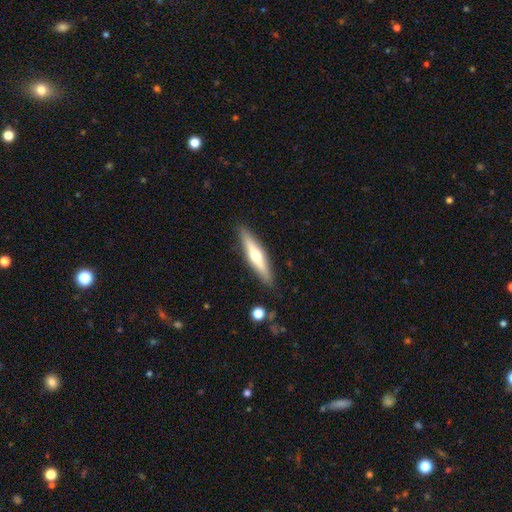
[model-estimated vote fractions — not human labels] featured or disk 51%, smooth 44%, star or artifact 6%. Down the decision tree: edge-on disk — yes (92%); merging — none (88%).